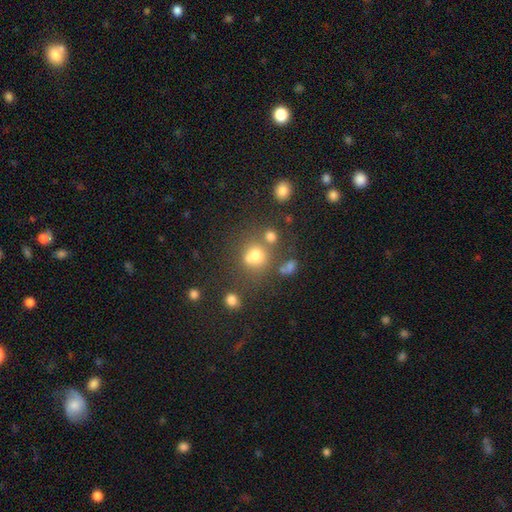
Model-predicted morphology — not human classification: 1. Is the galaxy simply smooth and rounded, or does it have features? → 69% smooth, 19% star or artifact, 13% featured or disk.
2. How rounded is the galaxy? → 82% round, 17% in between, 1% cigar-shaped.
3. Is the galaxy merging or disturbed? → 52% none, 29% merger, 12% minor disturbance, 7% major disturbance.